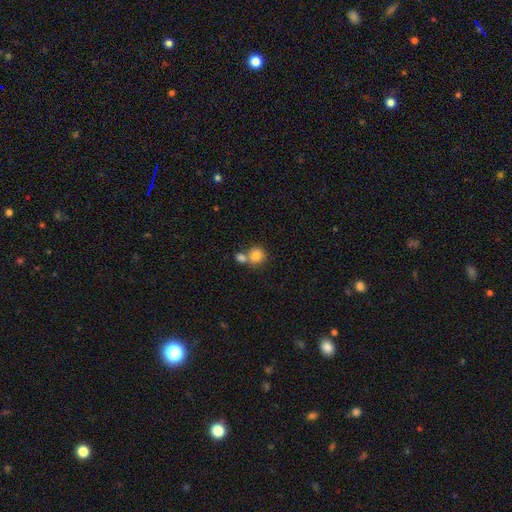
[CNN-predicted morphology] Smooth or featured: smooth — 82% (star or artifact — 10%)
How rounded: round — 87% (in between — 12%)
Merging: none — 49% (merger — 41%)